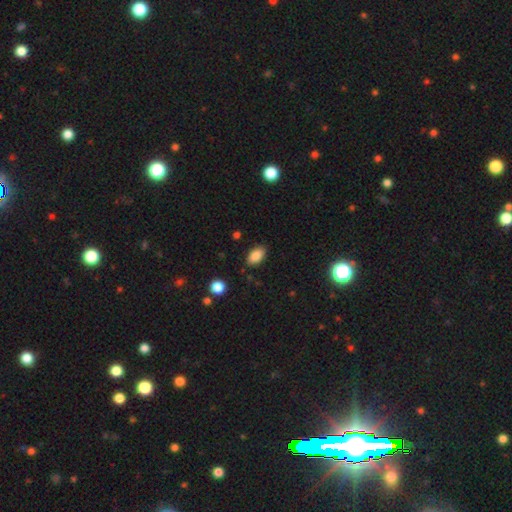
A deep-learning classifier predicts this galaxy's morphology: Smooth or featured: smooth — 86% (star or artifact — 9%)
How rounded: in between — 91% (round — 7%)
Merging: none — 85% (minor disturbance — 11%)